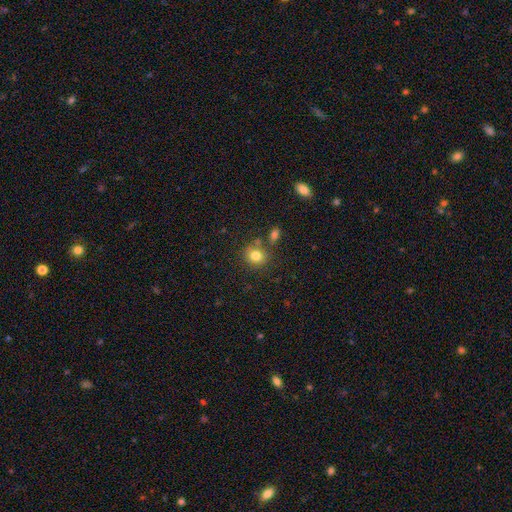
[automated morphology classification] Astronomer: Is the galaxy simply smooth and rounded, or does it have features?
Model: smooth — 80%.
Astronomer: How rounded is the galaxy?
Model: round — 78%.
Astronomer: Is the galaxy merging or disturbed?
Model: none — 73%.